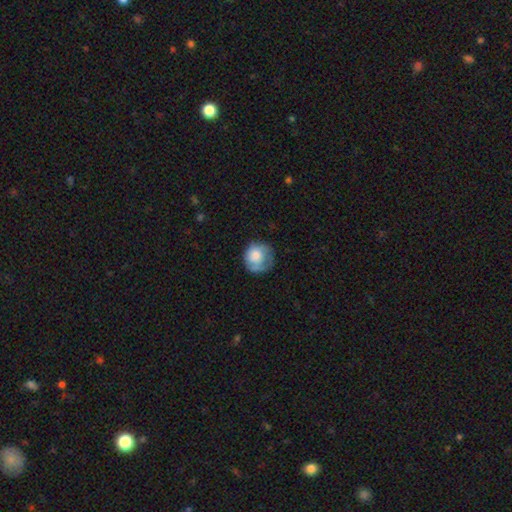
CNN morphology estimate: Smooth or featured: smooth — 69% (featured or disk — 23%)
How rounded: round — 85% (in between — 14%)
Merging: none — 53% (minor disturbance — 28%)